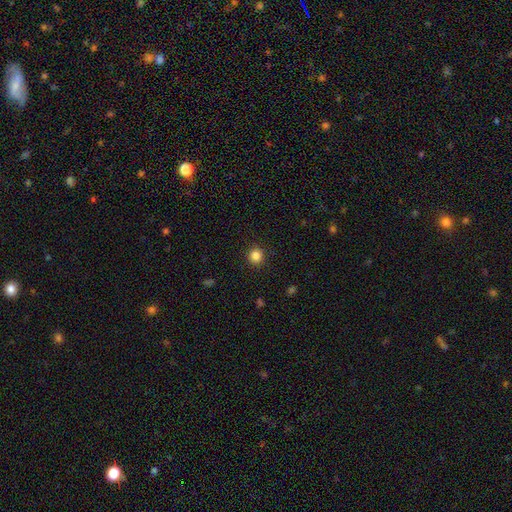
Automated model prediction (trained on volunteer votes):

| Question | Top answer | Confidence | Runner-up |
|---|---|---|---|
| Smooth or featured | smooth | 85% | star or artifact (11%) |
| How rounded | round | 93% | in between (6%) |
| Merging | none | 92% | minor disturbance (5%) |